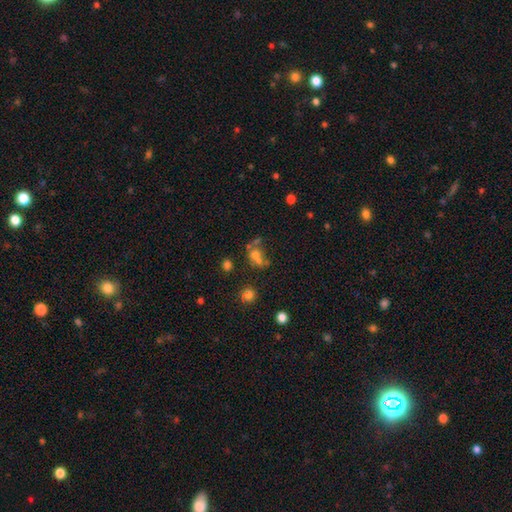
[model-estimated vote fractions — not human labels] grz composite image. It shows a smooth galaxy with no disk features (53%) that is in between round and cigar-shaped (50%). Merging: none (36%).